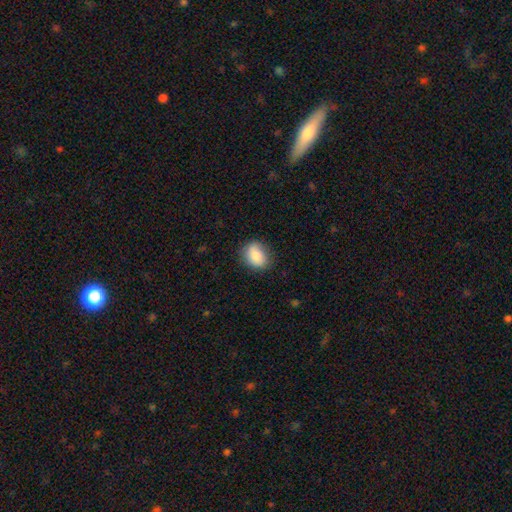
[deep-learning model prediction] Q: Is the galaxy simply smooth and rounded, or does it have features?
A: smooth — 85%.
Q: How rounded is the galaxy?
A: in between — 59%.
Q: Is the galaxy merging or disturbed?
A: none — 80%.